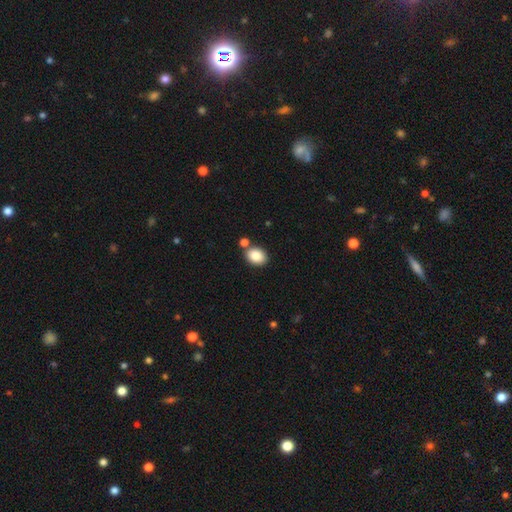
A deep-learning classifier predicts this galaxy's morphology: smooth-or-featured: smooth: 85% | star or artifact: 8% | featured or disk: 7%
  how-rounded: in between: 65% | round: 34% | cigar-shaped: 1%
  merging: none: 73% | merger: 14% | minor disturbance: 10% | major disturbance: 3%